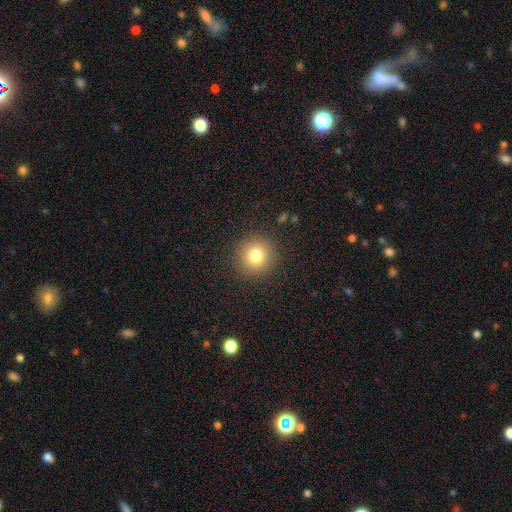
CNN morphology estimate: Smooth or featured: smooth — 79% (star or artifact — 12%)
How rounded: round — 94% (in between — 5%)
Merging: none — 90% (minor disturbance — 6%)